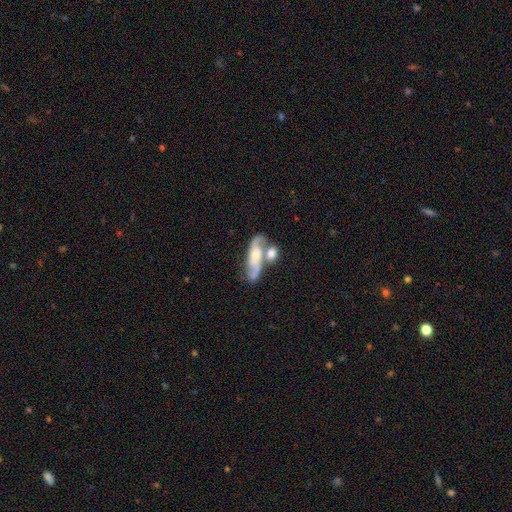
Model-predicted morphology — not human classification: type=featured or disk (71%); edge-on=no (89%); bar=no (55%); spiral arms=yes (88%); winding=loose (45%); arm count=2 (85%); bulge=moderate (44%); merging=merger (48%).